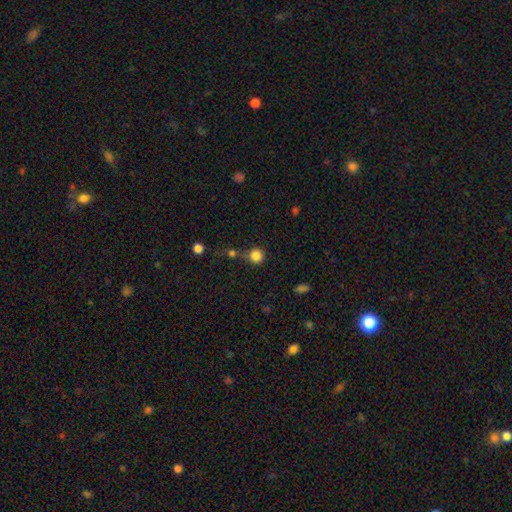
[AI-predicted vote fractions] A smooth galaxy with no disk features (83%) that is round (92%). Merging: none (60%).